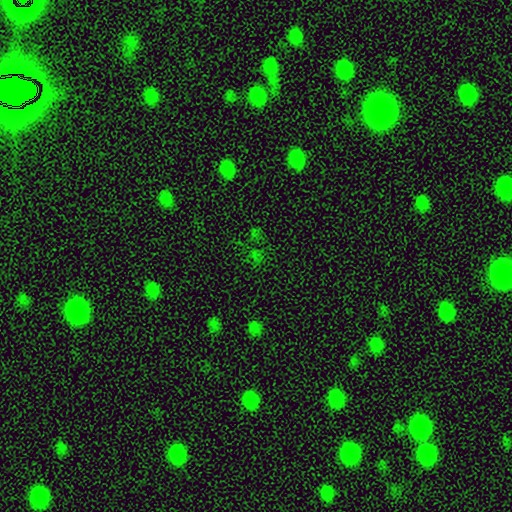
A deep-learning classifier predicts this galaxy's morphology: star or artifact 63%, smooth 28%, featured or disk 8%.